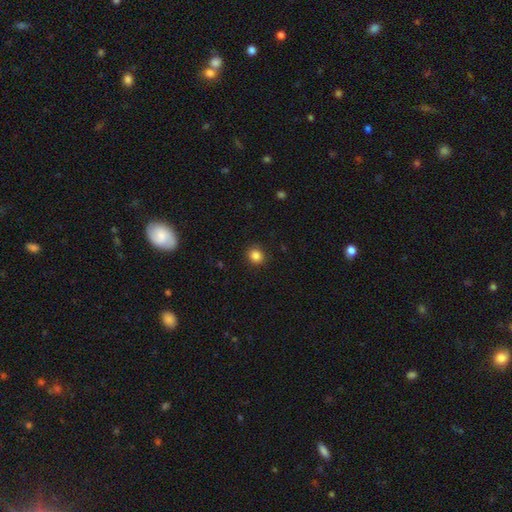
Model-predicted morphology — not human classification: Overall: smooth (85%). How rounded: round (82%). Merging: none (90%).